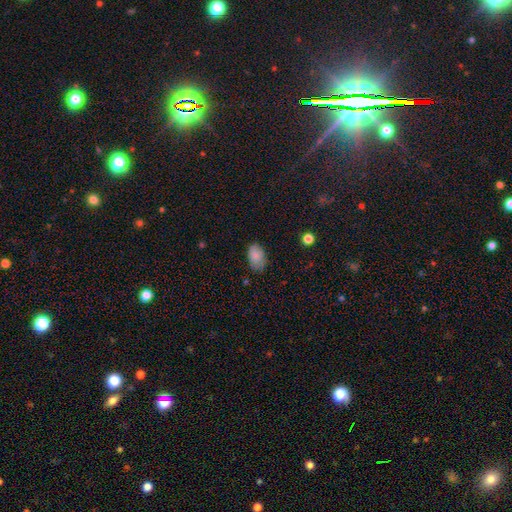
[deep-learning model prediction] This is clearly a smooth galaxy (85%). How rounded: clearly in between (90%). Merging: likely none (76%).